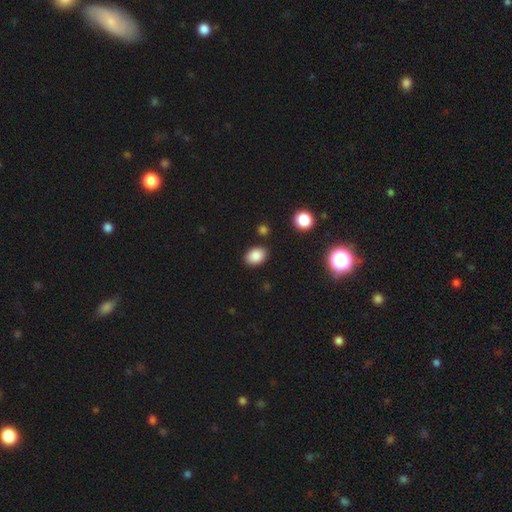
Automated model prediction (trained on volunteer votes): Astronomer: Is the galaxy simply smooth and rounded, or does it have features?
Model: smooth — 86%.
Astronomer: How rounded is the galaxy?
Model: in between — 76%.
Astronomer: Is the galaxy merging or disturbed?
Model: none — 84%.